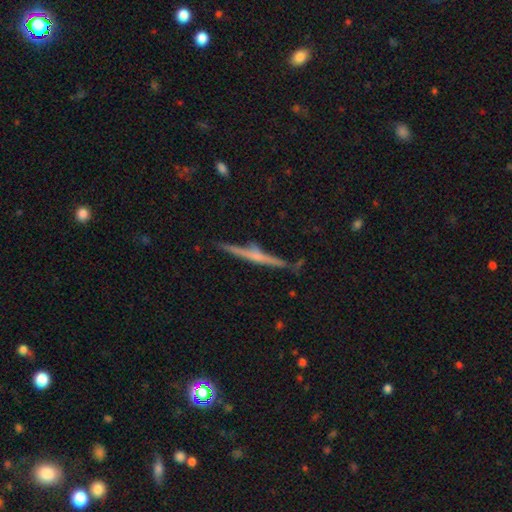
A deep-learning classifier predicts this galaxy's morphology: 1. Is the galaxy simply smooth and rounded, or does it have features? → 71% featured or disk, 22% smooth, 7% star or artifact.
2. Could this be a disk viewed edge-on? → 98% yes, 2% no.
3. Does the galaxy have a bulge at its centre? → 53% rounded, 32% none, 15% boxy.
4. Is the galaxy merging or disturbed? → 83% none, 12% minor disturbance, 3% merger, 2% major disturbance.